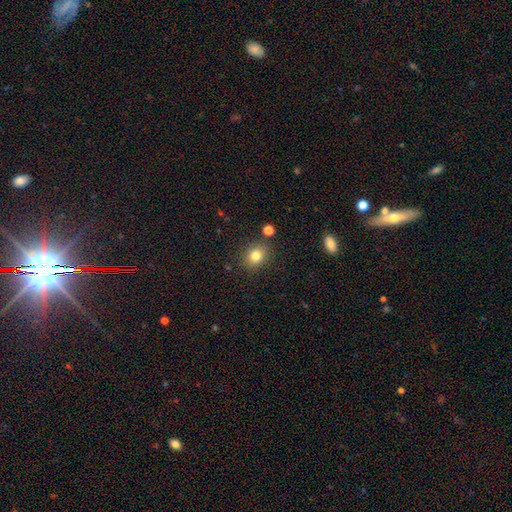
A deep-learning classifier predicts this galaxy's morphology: Smooth or featured: smooth — 81% (star or artifact — 11%)
How rounded: round — 57% (in between — 42%)
Merging: none — 84% (minor disturbance — 10%)